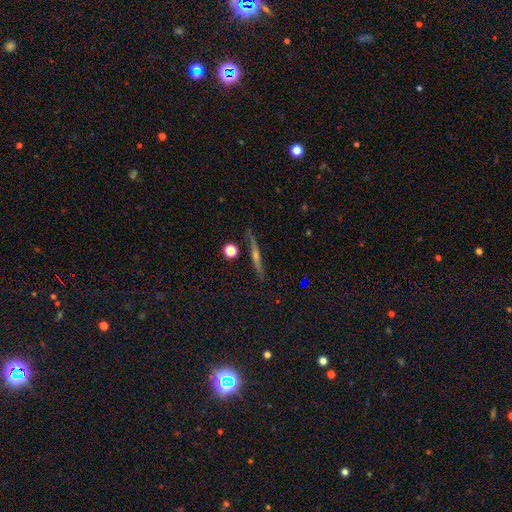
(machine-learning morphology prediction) Smooth or featured? featured or disk (72%)
Edge-on disk? yes (97%)
Edge-on bulge? rounded (81%)
Merging? none (87%)